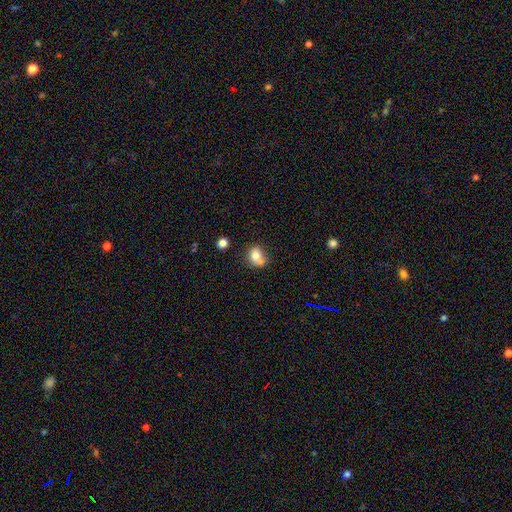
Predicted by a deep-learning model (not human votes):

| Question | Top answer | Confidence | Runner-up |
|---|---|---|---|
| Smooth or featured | smooth | 76% | featured or disk (13%) |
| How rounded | round | 66% | in between (33%) |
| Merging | none | 46% | merger (26%) |